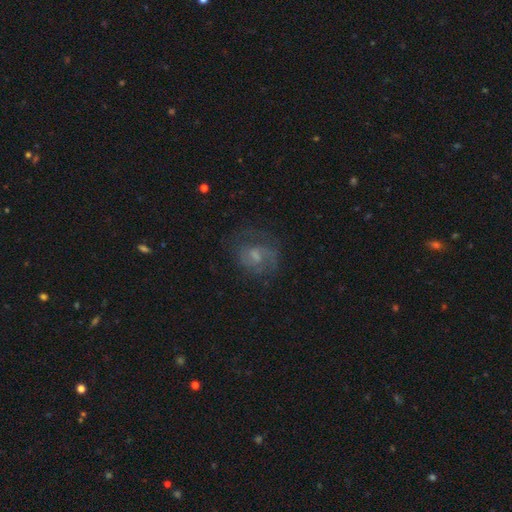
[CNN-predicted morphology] Smooth or featured? featured or disk (59%)
Edge-on disk? no (97%)
Bar? no (52%)
Spiral arms? yes (77%)
Bulge size? small (42%)
Merging? none (61%)